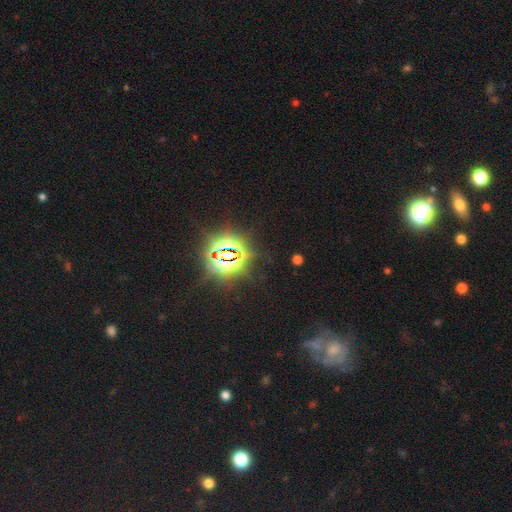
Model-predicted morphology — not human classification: Overall: star or artifact (78%).